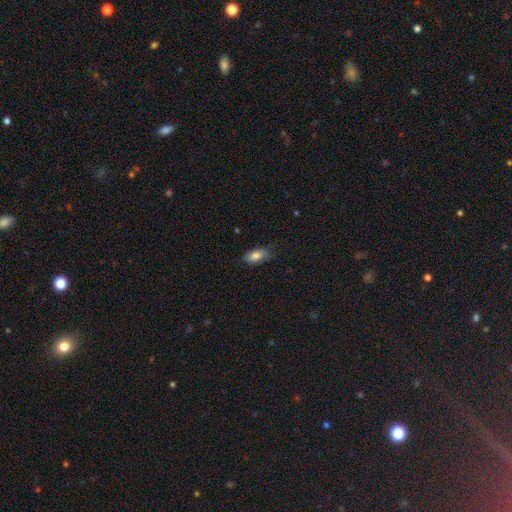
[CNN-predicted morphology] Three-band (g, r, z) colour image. It shows a smooth galaxy with no disk features (83%) that is in between round and cigar-shaped (88%). Merging: none (75%).